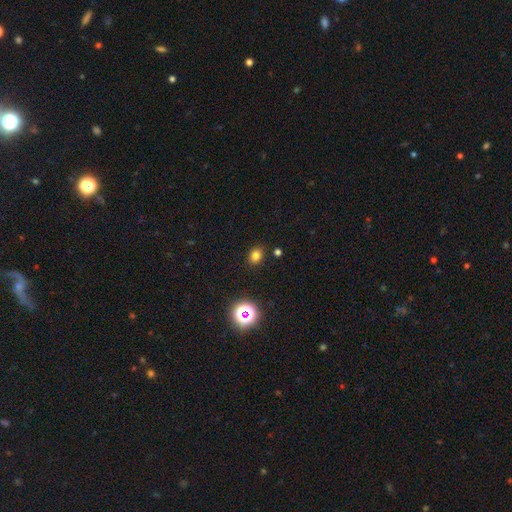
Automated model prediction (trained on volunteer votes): This appears to be a smooth galaxy with no disk features (76%) that is round (52%). Merging: none (87%).